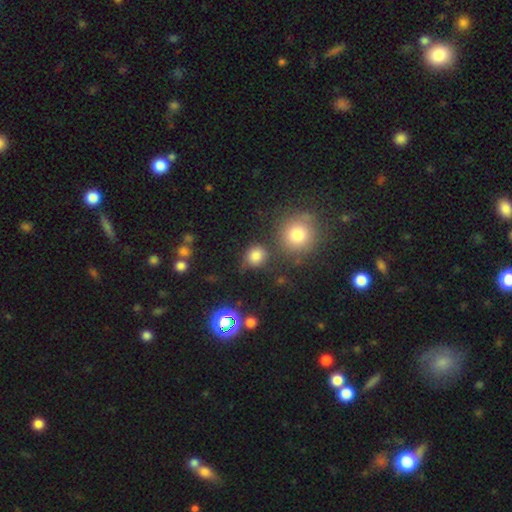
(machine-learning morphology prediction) type=smooth (78%); roundness=round (83%); merging=none (68%).